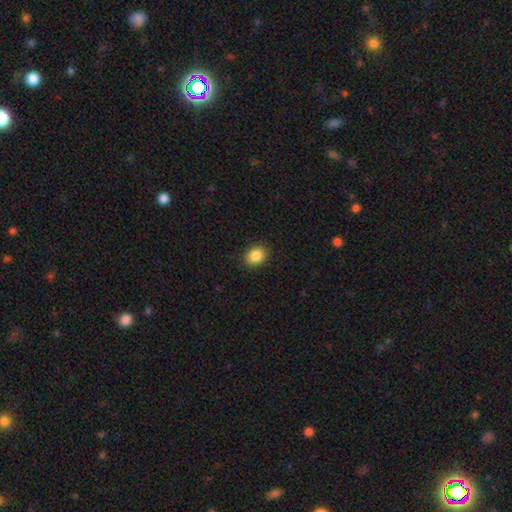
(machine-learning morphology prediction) type=smooth (87%); roundness=in between (57%); merging=none (89%).